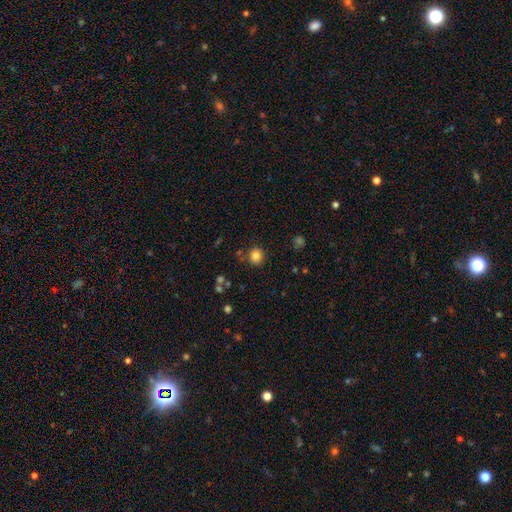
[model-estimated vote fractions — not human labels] Overall: smooth (83%). How rounded: round (88%). Merging: none (83%).